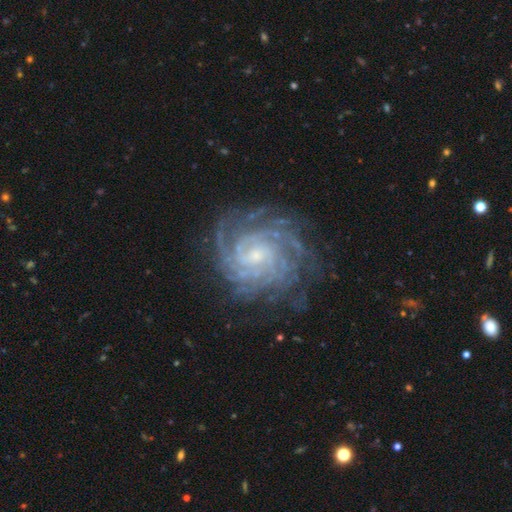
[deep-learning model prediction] Q: Smooth or featured?
A: featured or disk (90%); runner-up: star or artifact (6%)
Q: Edge-on disk?
A: no (98%); runner-up: yes (2%)
Q: Bar?
A: no (55%); runner-up: weak (36%)
Q: Spiral arms?
A: yes (98%); runner-up: no (2%)
Q: Spiral winding?
A: tight (78%); runner-up: medium (19%)
Q: Spiral arm count?
A: can't tell (24%); tied with: more than 4 (24%)
Q: Bulge size?
A: small (67%); runner-up: moderate (26%)
Q: Merging?
A: none (77%); runner-up: minor disturbance (15%)